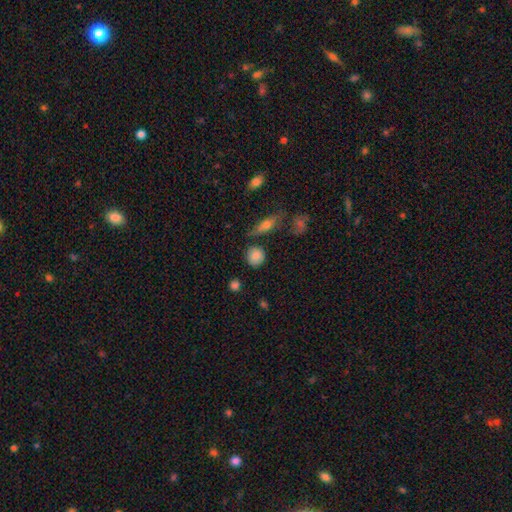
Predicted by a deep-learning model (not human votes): Smooth or featured?
  - smooth: 83% *
  - star or artifact: 9%
  - featured or disk: 7%
How rounded?
  - round: 86% *
  - in between: 12%
  - cigar-shaped: 2%
Merging?
  - none: 80% *
  - minor disturbance: 12%
  - merger: 4%
  - major disturbance: 3%